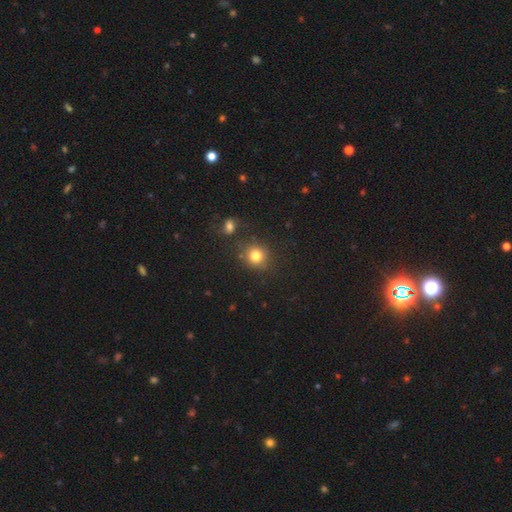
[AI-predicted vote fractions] Smooth or featured? smooth (81%)
How rounded? round (86%)
Merging? none (77%)